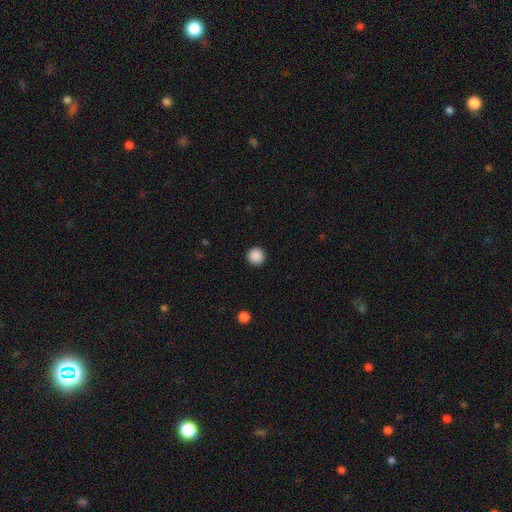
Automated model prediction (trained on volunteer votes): Overall: smooth (88%). How rounded: round (96%). Merging: none (93%).